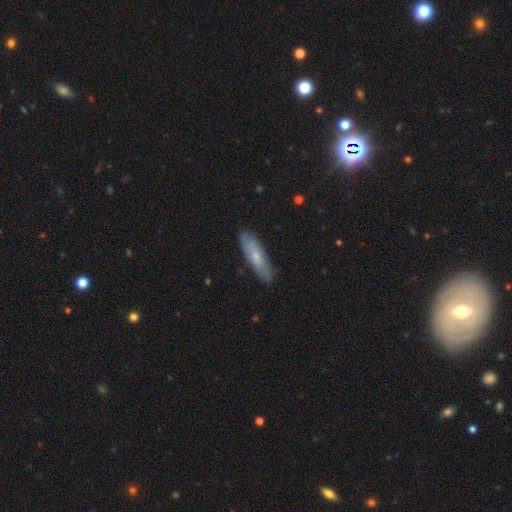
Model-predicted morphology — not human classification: Q: Smooth or featured?
A: smooth (53%); runner-up: featured or disk (40%)
Q: How rounded?
A: cigar-shaped (63%); runner-up: in between (35%)
Q: Merging?
A: none (82%); runner-up: minor disturbance (14%)